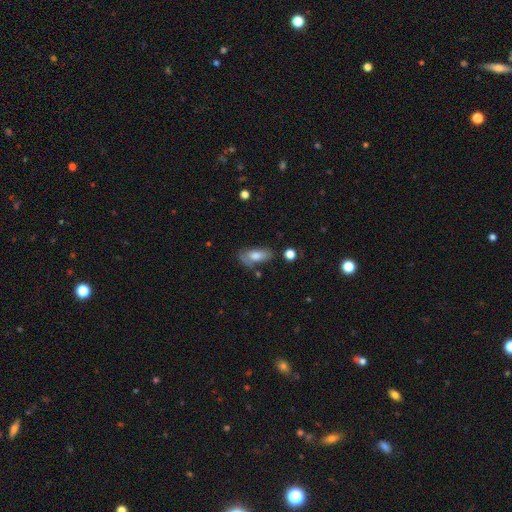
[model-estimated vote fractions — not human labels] This appears to be a smooth galaxy with no disk features (73%) that is in between round and cigar-shaped (83%). Merging: none (53%).